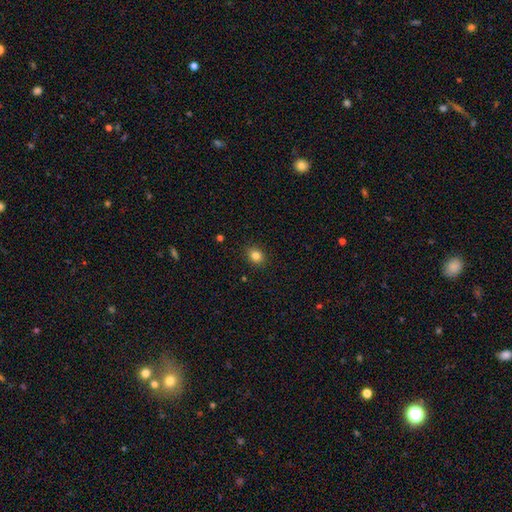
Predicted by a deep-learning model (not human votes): Overall: smooth (83%). How rounded: round (63%; in between 36%). Merging: none (90%).